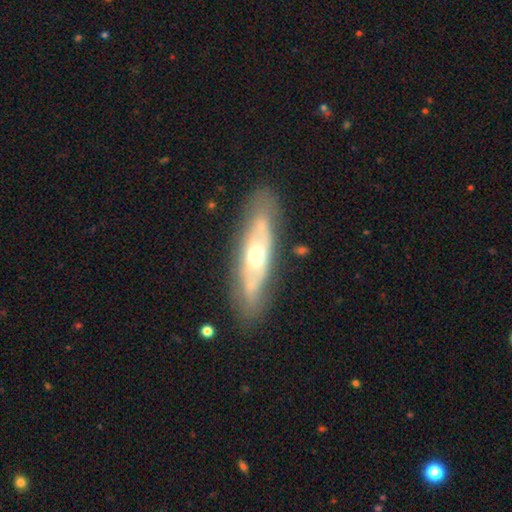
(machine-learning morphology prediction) Q: Smooth or featured?
A: featured or disk (65%); runner-up: smooth (29%)
Q: Edge-on disk?
A: no (68%); runner-up: yes (32%)
Q: Merging?
A: none (81%); runner-up: minor disturbance (13%)